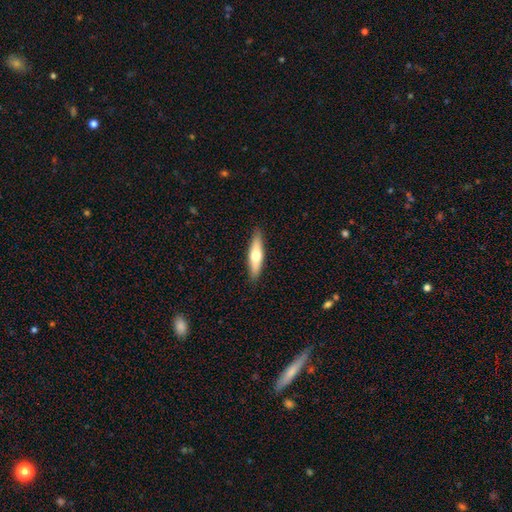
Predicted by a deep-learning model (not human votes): Smooth or featured? Predicted: smooth (p=0.59). How rounded? Predicted: cigar-shaped (p=0.67). Merging? Predicted: none (p=0.89).